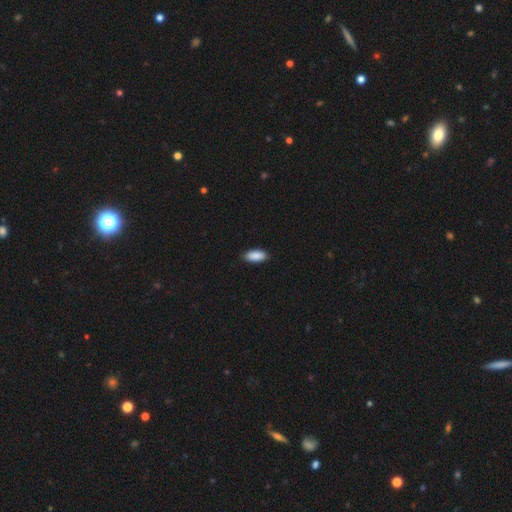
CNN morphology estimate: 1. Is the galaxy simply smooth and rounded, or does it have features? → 90% smooth, 6% star or artifact, 4% featured or disk.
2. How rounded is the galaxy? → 88% in between, 10% cigar-shaped, 2% round.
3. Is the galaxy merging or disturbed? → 89% none, 9% minor disturbance, 2% major disturbance, 1% merger.